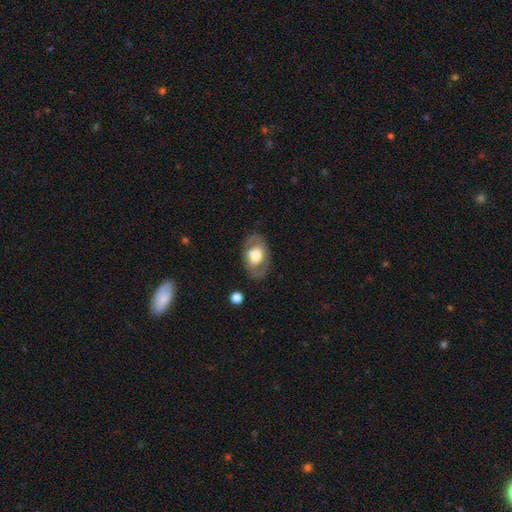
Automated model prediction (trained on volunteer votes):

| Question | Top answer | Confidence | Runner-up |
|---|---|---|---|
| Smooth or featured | smooth | 48% | featured or disk (46%) |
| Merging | none | 76% | minor disturbance (15%) |